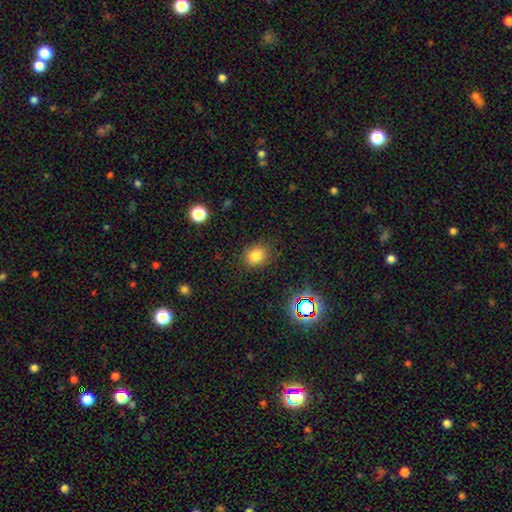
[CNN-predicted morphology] A smooth galaxy with no disk features (80%) that is round (52%). Merging: none (83%).